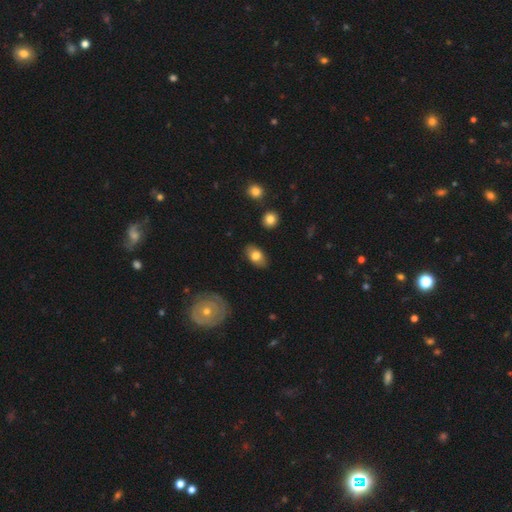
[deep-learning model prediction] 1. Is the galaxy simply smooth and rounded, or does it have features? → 75% smooth, 18% featured or disk, 7% star or artifact.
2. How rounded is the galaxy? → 89% in between, 9% round, 2% cigar-shaped.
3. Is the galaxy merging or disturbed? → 85% none, 11% minor disturbance, 2% major disturbance, 2% merger.